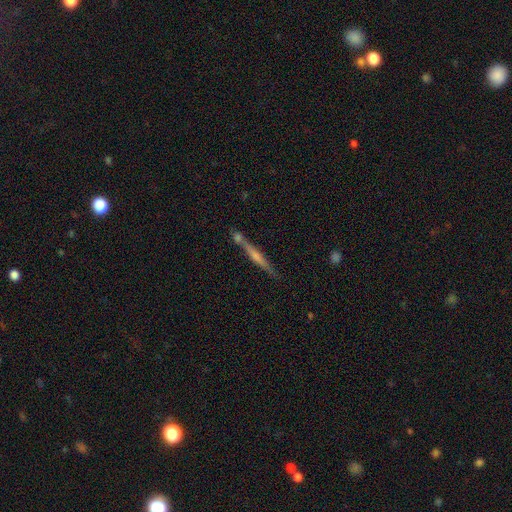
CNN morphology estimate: This appears to be a featured or disk galaxy (71%) viewed edge-on (96%) with a rounded central bulge (71%). Merging: none (80%).